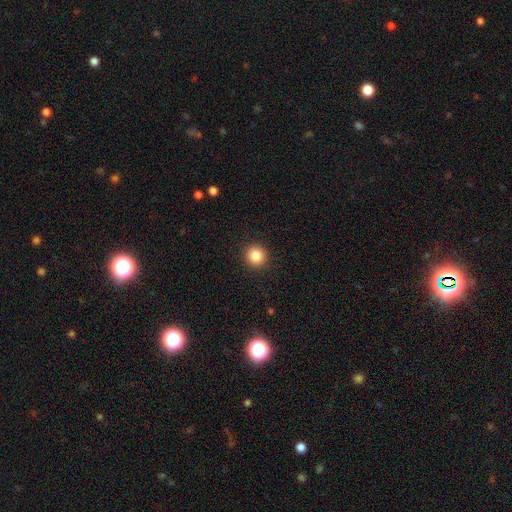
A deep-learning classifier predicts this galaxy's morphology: Overall: smooth (85%). How rounded: round (94%). Merging: none (92%).